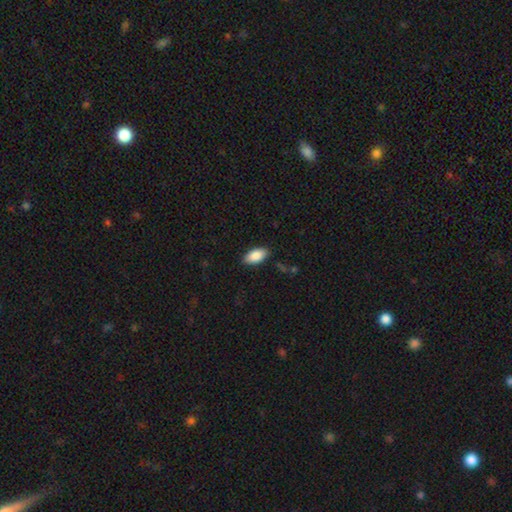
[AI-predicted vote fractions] smooth_or_featured: smooth (p=0.87) [alt: star or artifact p=0.07]
how_rounded: in between (p=0.93) [alt: cigar-shaped p=0.05]
merging: none (p=0.86) [alt: minor disturbance p=0.11]